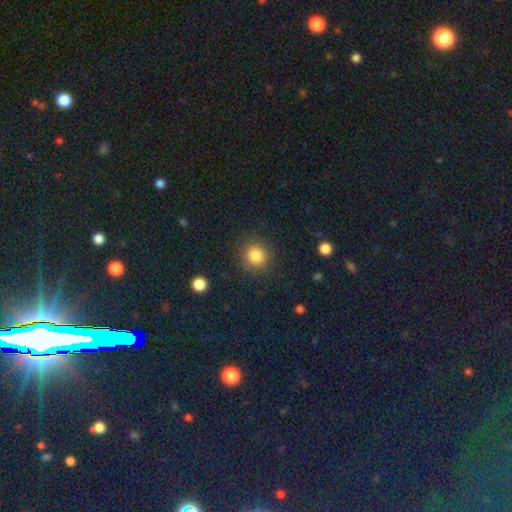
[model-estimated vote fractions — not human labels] A smooth galaxy with no disk features (83%) that is round (87%). Merging: none (87%).